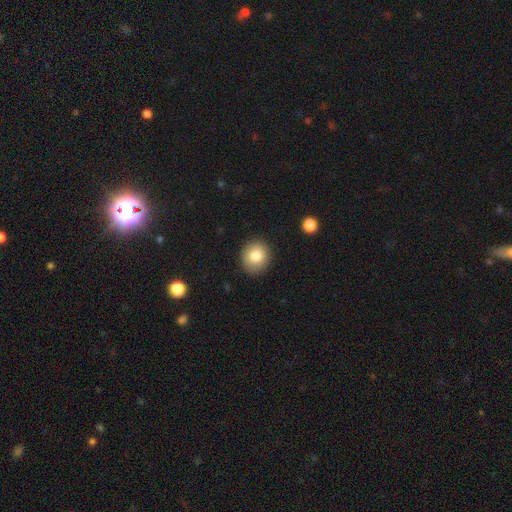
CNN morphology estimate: Smooth or featured? smooth (81%)
How rounded? round (80%)
Merging? none (88%)